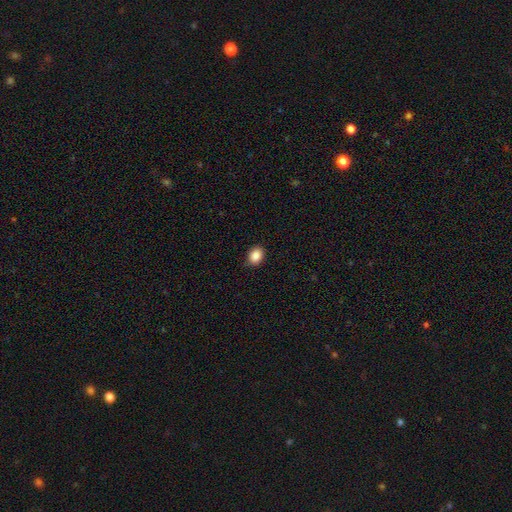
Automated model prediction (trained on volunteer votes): Smooth or featured? smooth (88%)
How rounded? in between (58%)
Merging? none (87%)